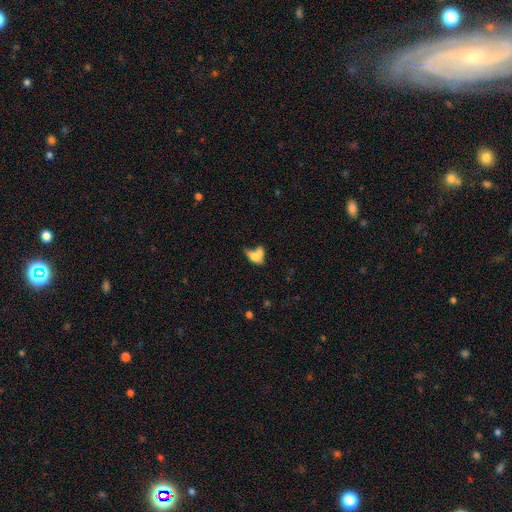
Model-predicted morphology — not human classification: Smooth or featured?
  - smooth: 65% *
  - featured or disk: 26%
  - star or artifact: 9%
How rounded?
  - in between: 78% *
  - round: 12%
  - cigar-shaped: 11%
Merging?
  - merger: 59% *
  - none: 21%
  - minor disturbance: 10%
  - major disturbance: 10%